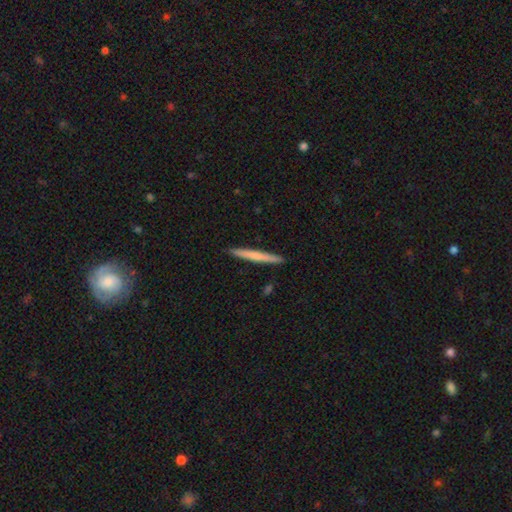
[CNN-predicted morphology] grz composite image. It shows a smooth galaxy with no disk features (61%) that is cigar-shaped (97%). Merging: none (92%).